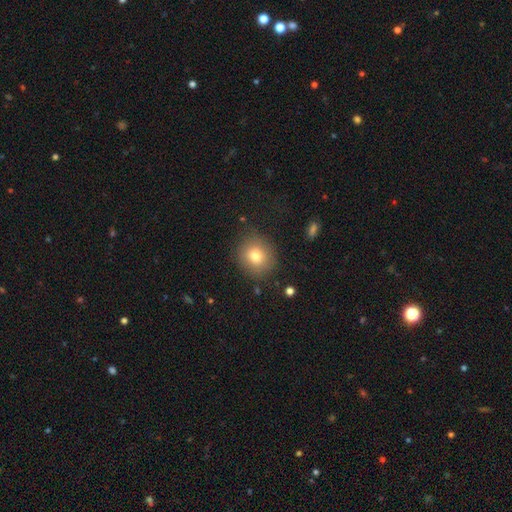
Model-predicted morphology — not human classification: smooth 78%, star or artifact 12%, featured or disk 11%. Down the decision tree: how rounded — round (80%); merging — none (83%).